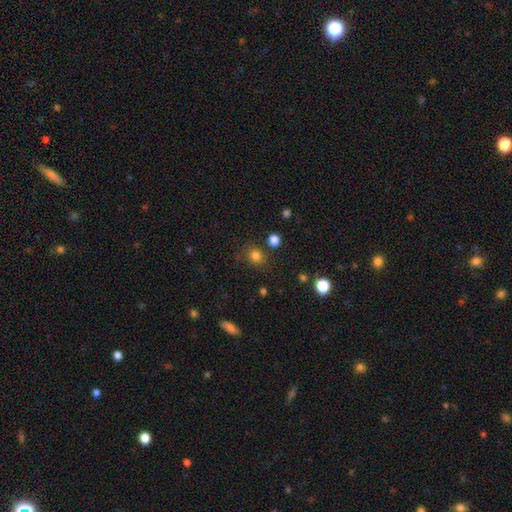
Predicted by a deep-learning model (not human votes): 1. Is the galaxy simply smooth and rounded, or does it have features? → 80% smooth, 15% star or artifact, 5% featured or disk.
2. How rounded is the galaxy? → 76% round, 23% in between, 1% cigar-shaped.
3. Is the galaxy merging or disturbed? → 78% none, 12% minor disturbance, 5% merger, 5% major disturbance.